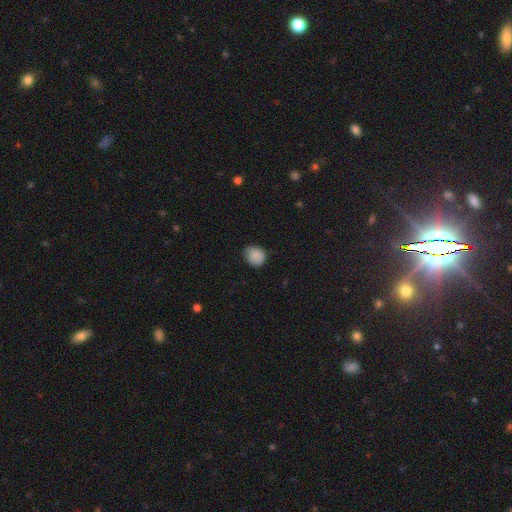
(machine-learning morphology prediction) Overall: smooth (88%). How rounded: round (75%). Merging: none (77%).